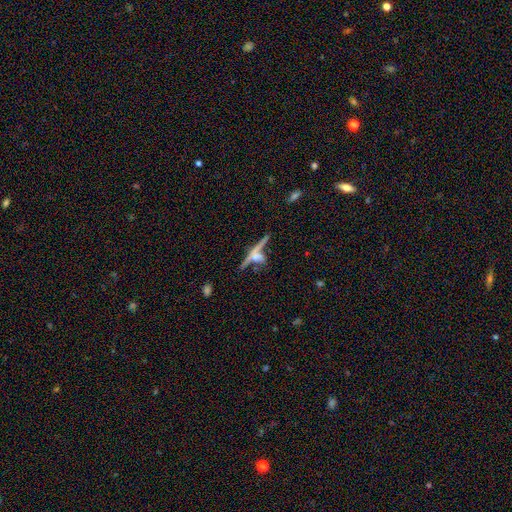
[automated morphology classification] Smooth or featured? Predicted: featured or disk (p=0.50). Merging? Predicted: none (p=0.47).